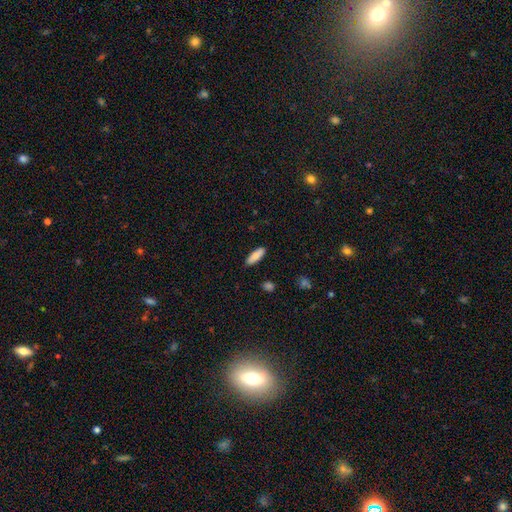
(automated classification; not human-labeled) The model was most divided on "how rounded": in between: 54%, cigar-shaped: 44%, round: 2%. More confident: merging — none (88%); smooth or featured — smooth (81%).